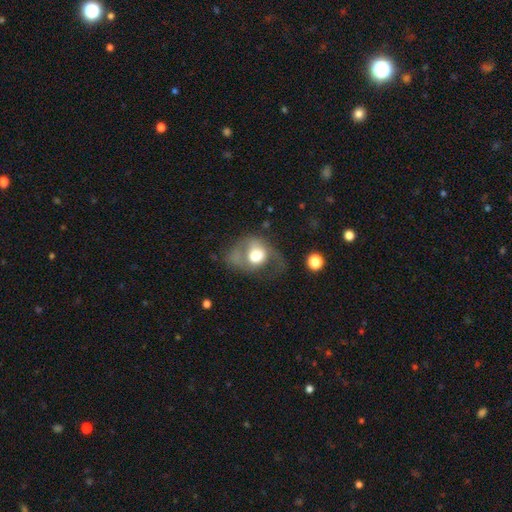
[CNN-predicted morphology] The model was most divided on "smooth or featured": smooth: 49%, featured or disk: 42%, star or artifact: 8%. Remaining: merging — major disturbance (47%).